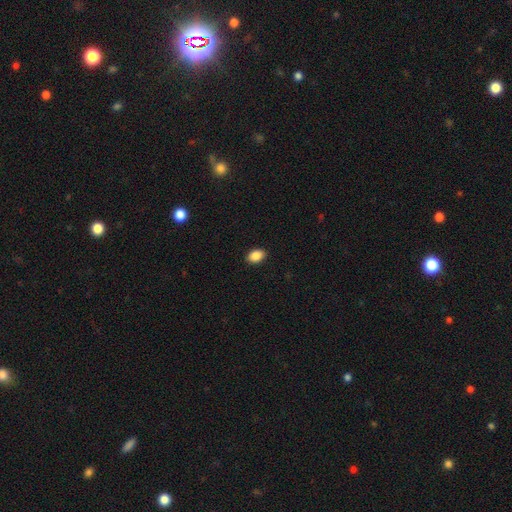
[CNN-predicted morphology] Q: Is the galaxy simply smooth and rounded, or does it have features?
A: smooth — 88%.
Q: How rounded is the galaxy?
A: in between — 84%.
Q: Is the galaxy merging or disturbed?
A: none — 90%.